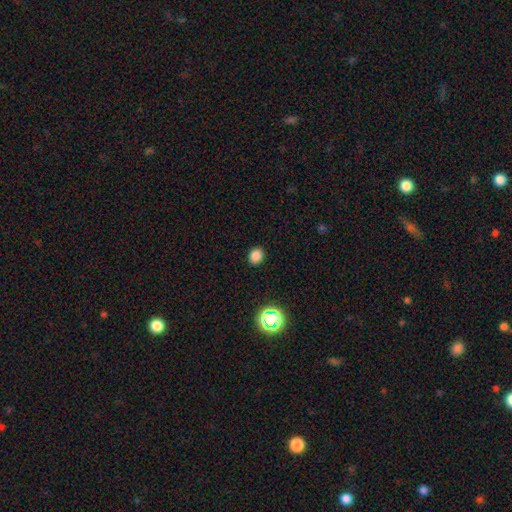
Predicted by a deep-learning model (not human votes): Smooth or featured?
  - smooth: 82% *
  - star or artifact: 14%
  - featured or disk: 4%
How rounded?
  - round: 64% *
  - in between: 35%
  - cigar-shaped: 1%
Merging?
  - none: 90% *
  - minor disturbance: 6%
  - major disturbance: 2%
  - merger: 1%